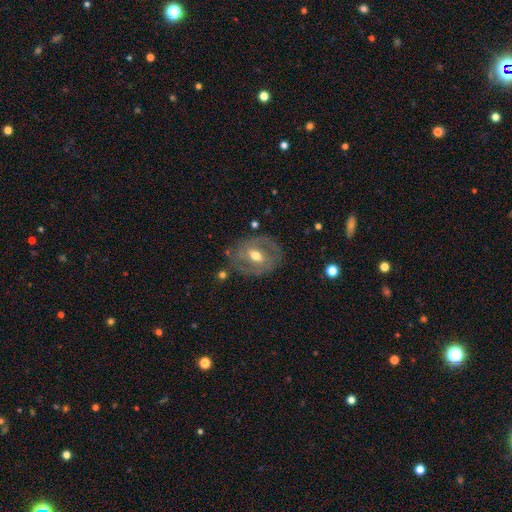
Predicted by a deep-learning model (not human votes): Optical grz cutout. It shows a featured or disk galaxy (64%) with a weak bar (46%), no spiral arms (51%) and a moderate central bulge (76%). Merging: none (72%).